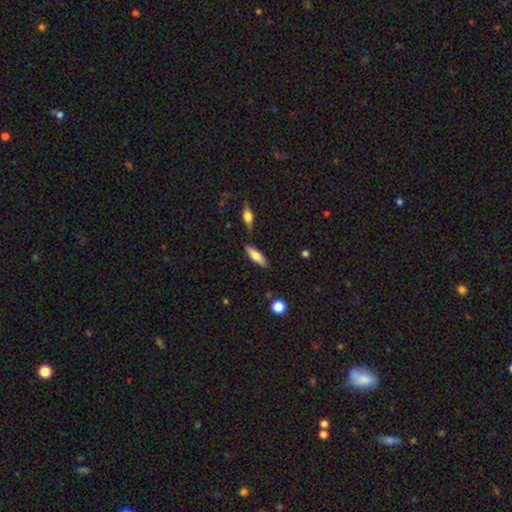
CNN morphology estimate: smooth-or-featured: smooth: 64% | featured or disk: 30% | star or artifact: 7%
  how-rounded: cigar-shaped: 50% | in between: 48% | round: 2%
  merging: none: 79% | minor disturbance: 12% | merger: 6% | major disturbance: 3%